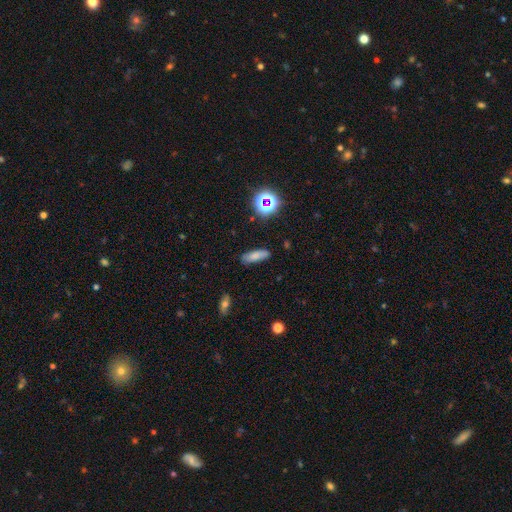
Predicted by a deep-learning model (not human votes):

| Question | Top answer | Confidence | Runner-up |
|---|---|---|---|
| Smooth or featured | smooth | 75% | star or artifact (13%) |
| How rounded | in between | 55% | cigar-shaped (41%) |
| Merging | none | 82% | minor disturbance (13%) |